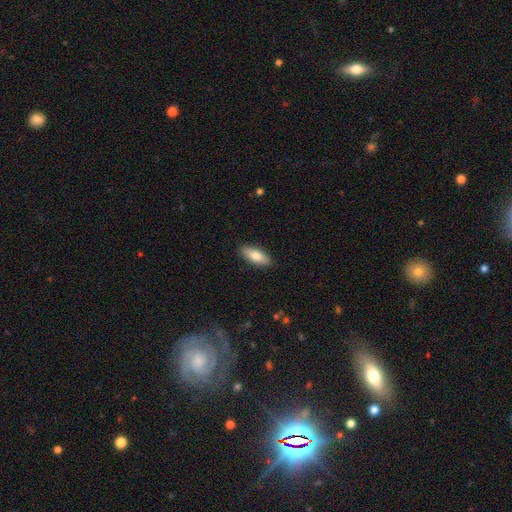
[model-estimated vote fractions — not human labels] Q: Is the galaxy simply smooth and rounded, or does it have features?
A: smooth — 75%.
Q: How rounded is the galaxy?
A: in between — 70%.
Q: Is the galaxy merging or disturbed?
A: none — 89%.